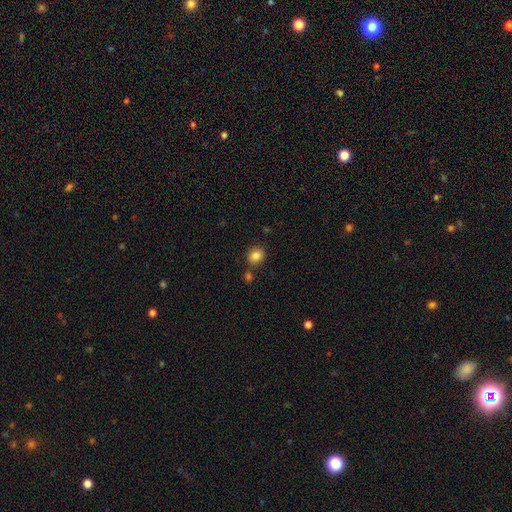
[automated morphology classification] type=smooth (85%); roundness=round (58%); merging=none (78%).